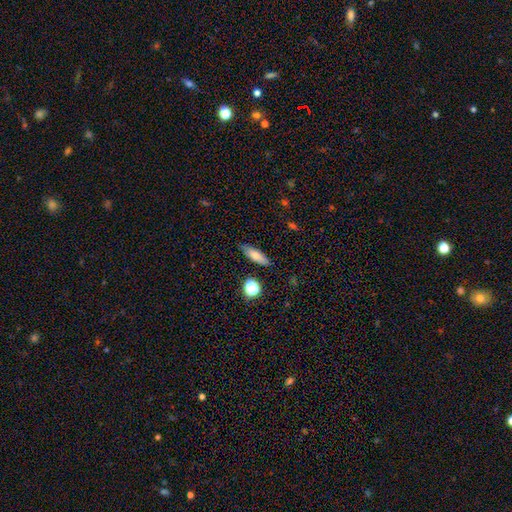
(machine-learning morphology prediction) Smooth or featured: smooth — 71% (featured or disk — 20%)
How rounded: cigar-shaped — 48% (tied with in between — 48%)
Merging: none — 86% (minor disturbance — 10%)